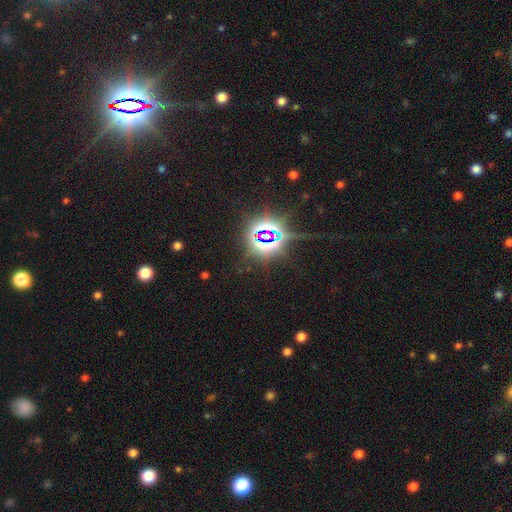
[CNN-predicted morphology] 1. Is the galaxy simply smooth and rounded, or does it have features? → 85% star or artifact, 9% smooth, 6% featured or disk.